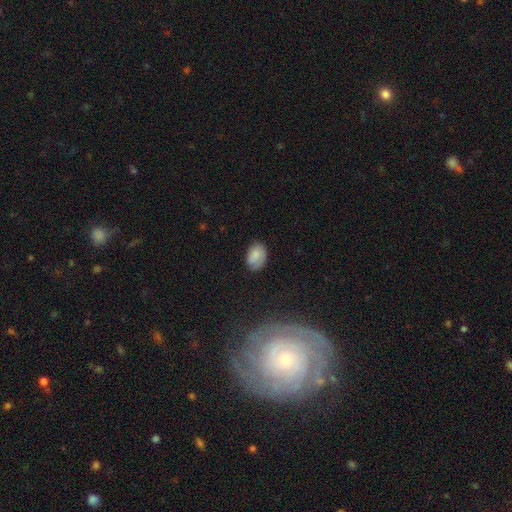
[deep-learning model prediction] This appears to be a smooth galaxy with no disk features (77%) that is in between round and cigar-shaped (82%). Merging: none (68%).